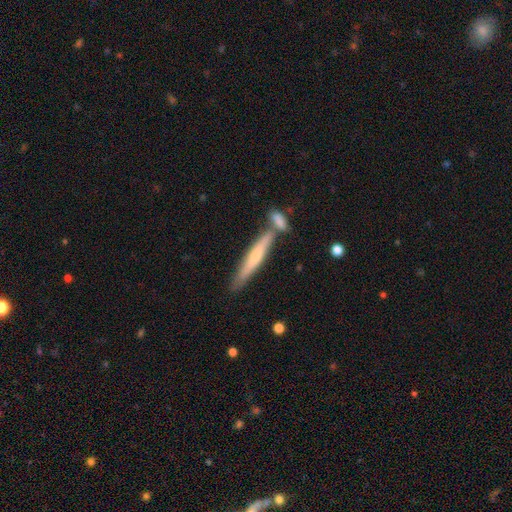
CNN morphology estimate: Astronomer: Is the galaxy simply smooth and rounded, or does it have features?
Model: smooth — 53% (runner-up: featured or disk, 41%).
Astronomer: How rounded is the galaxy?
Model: cigar-shaped — 93%.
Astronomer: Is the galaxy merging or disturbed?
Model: none — 60%.